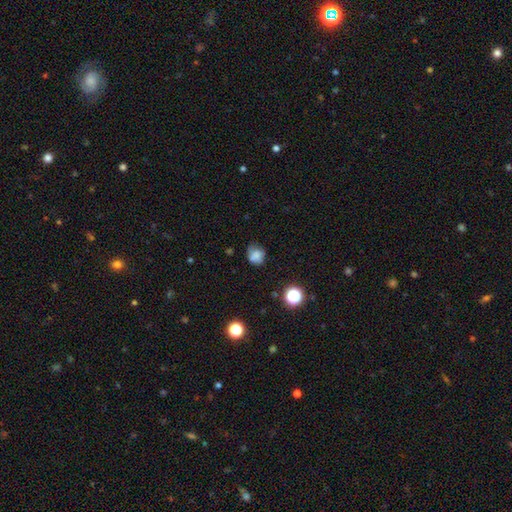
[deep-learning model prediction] Morphology: type=smooth (75%); roundness=round (68%); merging=none (55%).